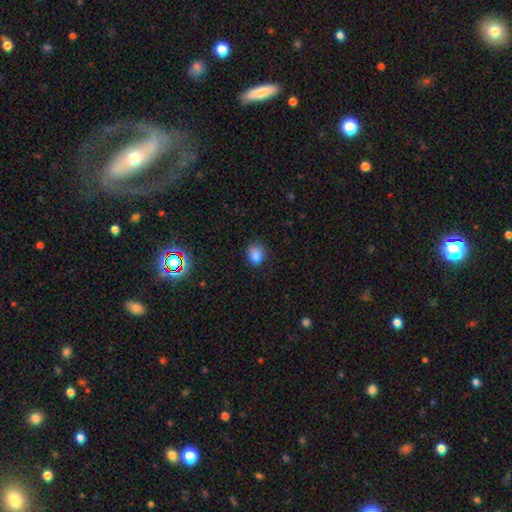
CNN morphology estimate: smooth 81%, star or artifact 13%, featured or disk 6%. Down the decision tree: how rounded — round (53%); merging — none (68%).